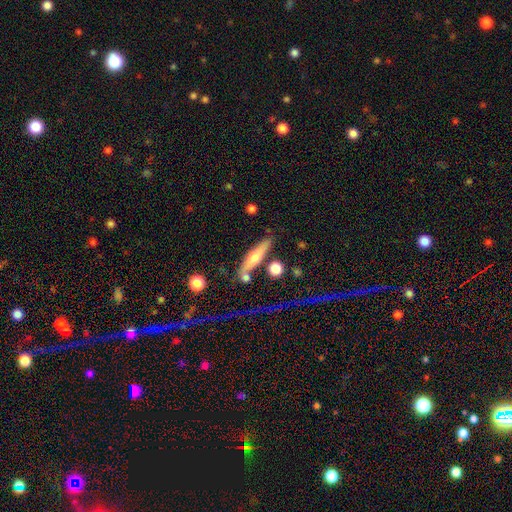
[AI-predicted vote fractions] This is possibly a smooth galaxy (51%). How rounded: clearly cigar-shaped (81%). Merging: likely none (72%).